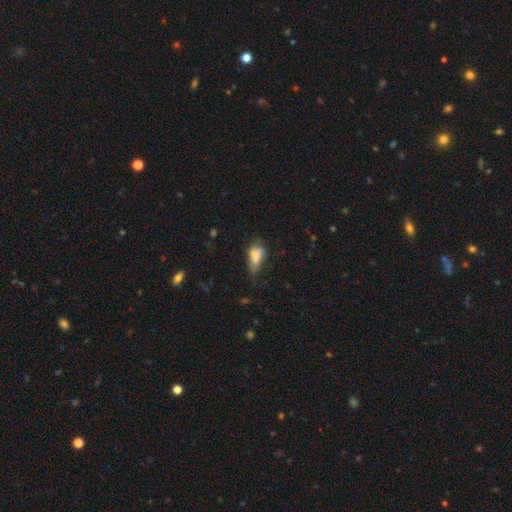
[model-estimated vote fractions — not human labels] Q: Smooth or featured?
A: smooth (70%); runner-up: featured or disk (20%)
Q: How rounded?
A: in between (83%); runner-up: cigar-shaped (9%)
Q: Merging?
A: minor disturbance (33%); runner-up: none (27%)